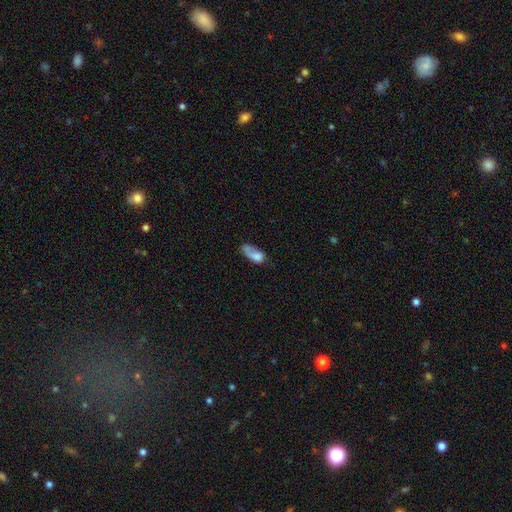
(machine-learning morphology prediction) A smooth galaxy with no disk features (68%) that is in between round and cigar-shaped (82%).

Vote fractions:
- Smooth or featured? smooth: 68% / featured or disk: 23% / star or artifact: 9%
- How rounded? in between: 82% / cigar-shaped: 11% / round: 7%
- Merging? major disturbance: 30% / none: 28% / minor disturbance: 25% / merger: 17%